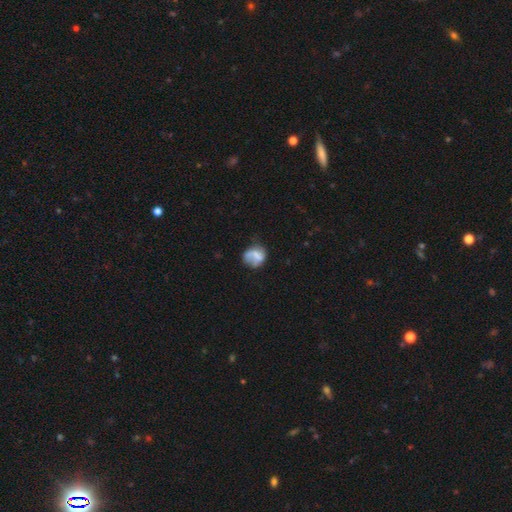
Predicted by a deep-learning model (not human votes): A smooth galaxy with no disk features (51%) that is round (64%). Merging: none (42%).